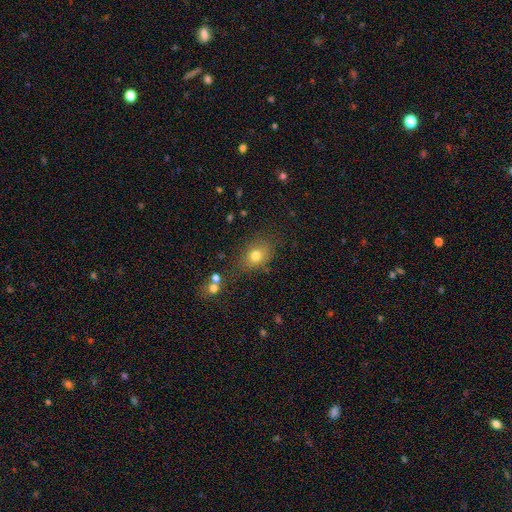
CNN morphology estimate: Smooth or featured? Predicted: smooth (p=0.77). How rounded? Predicted: in between (p=0.62). Merging? Predicted: none (p=0.75).